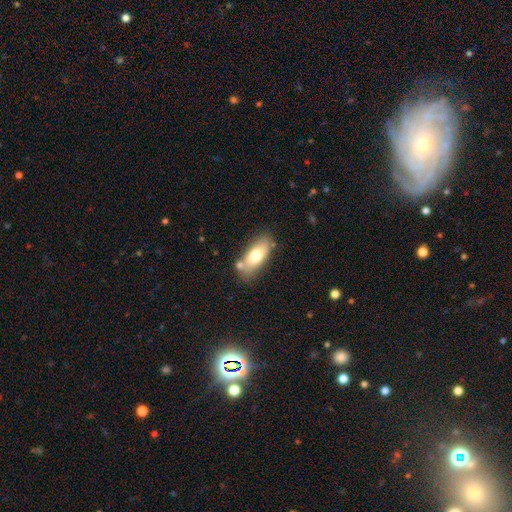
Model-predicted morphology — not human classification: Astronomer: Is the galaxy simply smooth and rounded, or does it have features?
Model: smooth — 71%.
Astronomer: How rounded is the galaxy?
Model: in between — 83%.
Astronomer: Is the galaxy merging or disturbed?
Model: none — 70%.